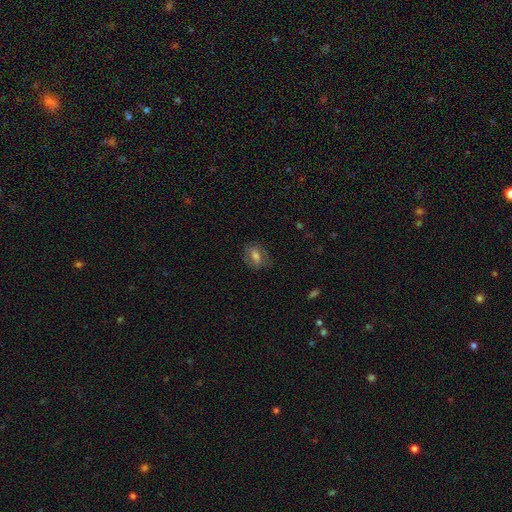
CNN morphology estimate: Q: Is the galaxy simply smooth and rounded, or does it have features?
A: smooth — 61%.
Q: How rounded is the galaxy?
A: in between — 68%.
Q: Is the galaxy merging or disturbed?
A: none — 75%.